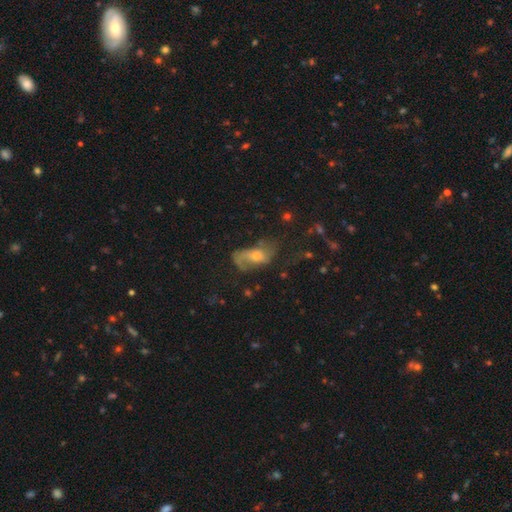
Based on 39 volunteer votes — A featured or disk galaxy (49%) with no bar (59%), 1 (80%) loose (67%) spiral arms (88%) and a small central bulge (71%).

Vote fractions:
- Smooth or featured? featured or disk: 49% / smooth: 41% / star or artifact: 10%
- Edge-on disk? no: 89% / yes: 11%
- Bar? no: 59% / weak: 24% / strong: 18%
- Spiral arms? yes: 88% / no: 12%
- Spiral winding? loose: 67% / medium: 20% / tight: 13%
- Spiral arm count? 1: 80% / 2: 13% / can't tell: 7% / 3: 0% / 4: 0% / more than 4: 0%
- Bulge size? small: 71% / moderate: 24% / none: 6% / dominant: 0% / large: 0%
- Merging? none: 34% (tied) / major disturbance: 34% (tied) / minor disturbance: 31% / merger: 0%